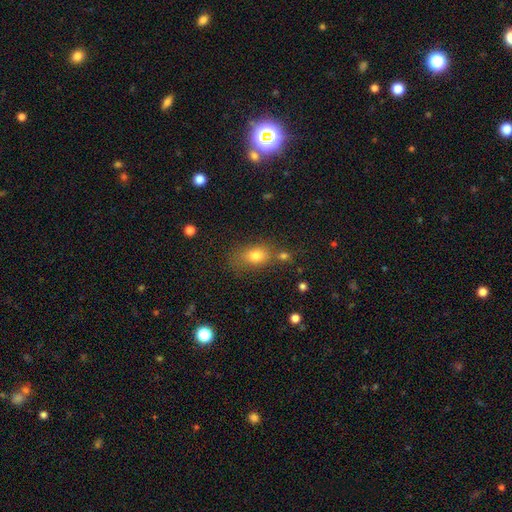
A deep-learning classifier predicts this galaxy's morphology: This is likely a smooth galaxy (78%). How rounded: likely in between (75%). Merging: possibly none (58%).